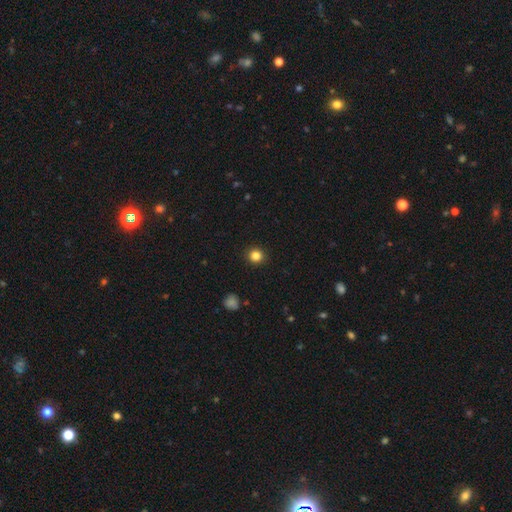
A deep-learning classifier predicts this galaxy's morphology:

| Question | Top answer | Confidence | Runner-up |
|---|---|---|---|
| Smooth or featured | smooth | 84% | star or artifact (12%) |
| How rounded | round | 92% | in between (7%) |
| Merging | none | 92% | minor disturbance (5%) |